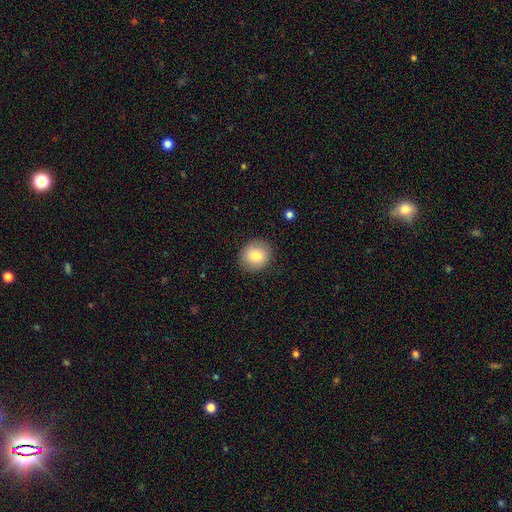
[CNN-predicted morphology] Smooth or featured?
  - smooth: 80% *
  - featured or disk: 12%
  - star or artifact: 9%
How rounded?
  - round: 82% *
  - in between: 17%
  - cigar-shaped: 1%
Merging?
  - none: 88% *
  - minor disturbance: 8%
  - major disturbance: 2%
  - merger: 1%